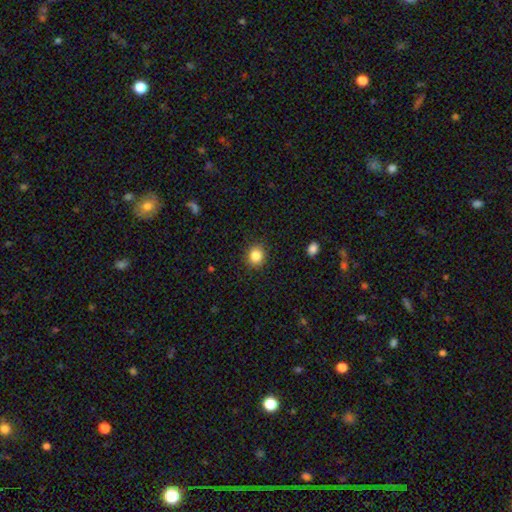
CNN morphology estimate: A smooth galaxy with no disk features (85%) that is round (82%). Merging: none (89%).